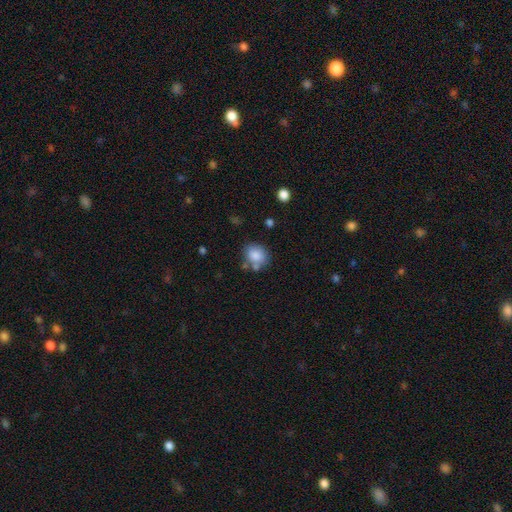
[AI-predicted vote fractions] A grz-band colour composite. It shows a smooth galaxy with no disk features (84%) that is round (66%). Merging: none (64%).